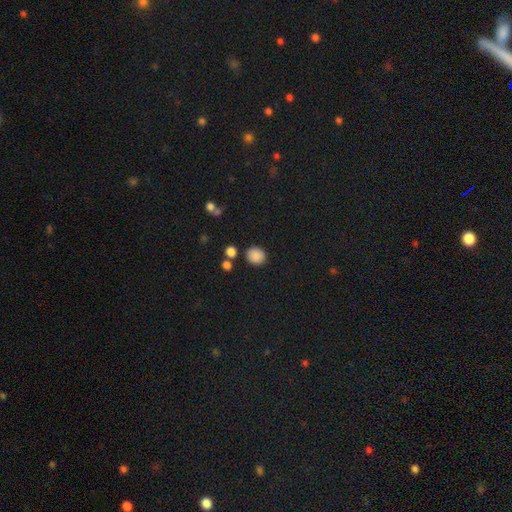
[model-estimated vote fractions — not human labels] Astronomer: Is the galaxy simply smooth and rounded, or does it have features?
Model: smooth — 86%.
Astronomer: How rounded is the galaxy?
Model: round — 76%.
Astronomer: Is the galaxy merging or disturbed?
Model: none — 81%.